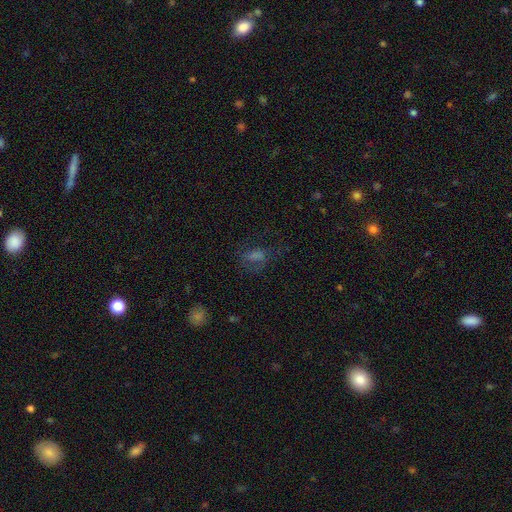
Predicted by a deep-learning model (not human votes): The model was most divided on "smooth or featured": smooth: 46%, star or artifact: 30%, featured or disk: 24%. More confident: merging — none (54%).